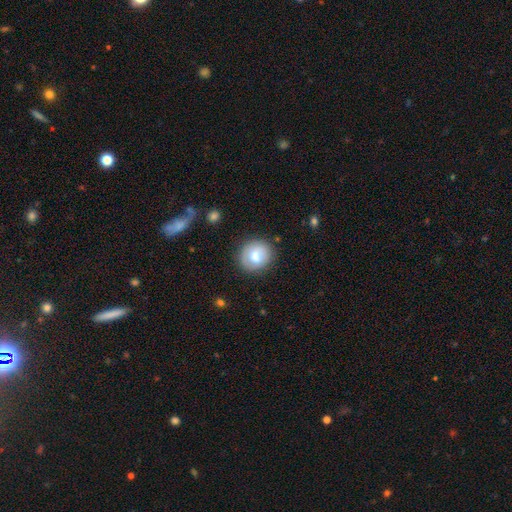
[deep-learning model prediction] Q: Smooth or featured?
A: smooth (73%); runner-up: featured or disk (19%)
Q: How rounded?
A: round (78%); runner-up: in between (21%)
Q: Merging?
A: none (81%); runner-up: minor disturbance (13%)